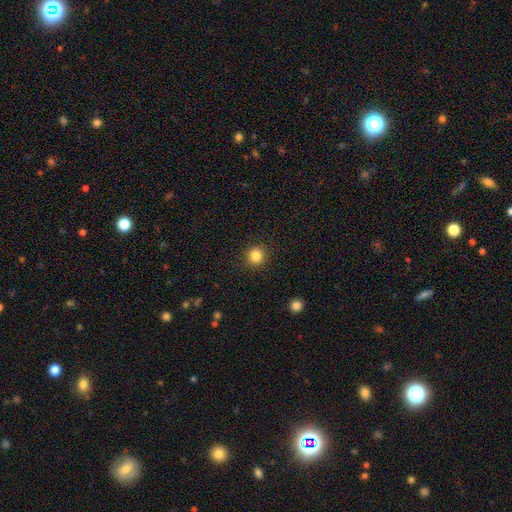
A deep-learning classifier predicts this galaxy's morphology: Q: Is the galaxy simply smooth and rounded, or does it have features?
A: smooth — 85%.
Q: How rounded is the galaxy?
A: round — 93%.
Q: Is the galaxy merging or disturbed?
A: none — 91%.